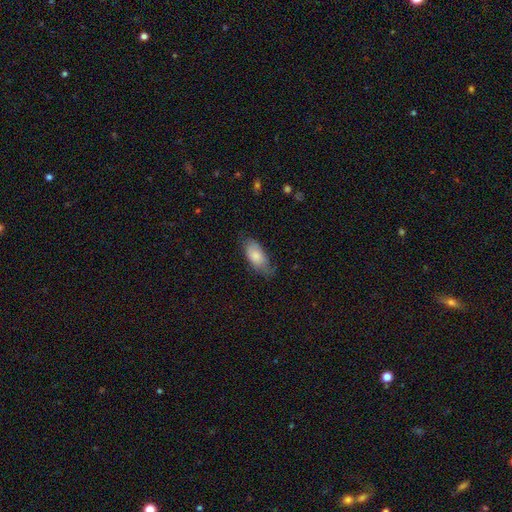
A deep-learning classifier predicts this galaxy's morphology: A smooth galaxy with no disk features (77%) that is in between round and cigar-shaped (91%). Merging: none (55%).